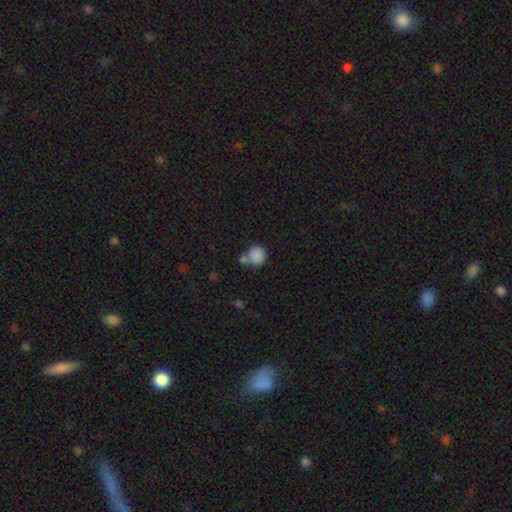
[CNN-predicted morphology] This is clearly a smooth galaxy (86%). How rounded: clearly round (89%). Merging: possibly none (56%).